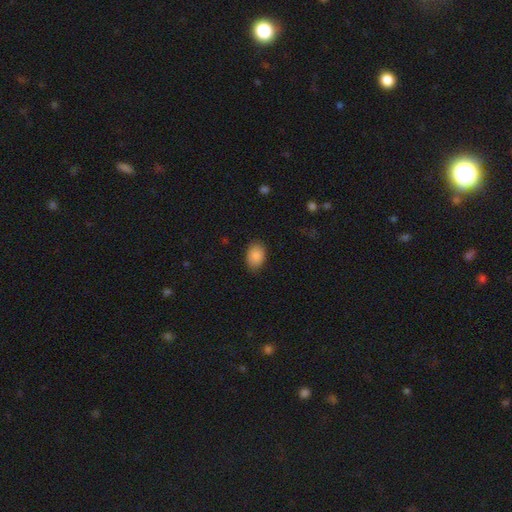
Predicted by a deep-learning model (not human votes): smooth 89%, star or artifact 7%, featured or disk 4%. Down the decision tree: how rounded — in between (79%); merging — none (83%).